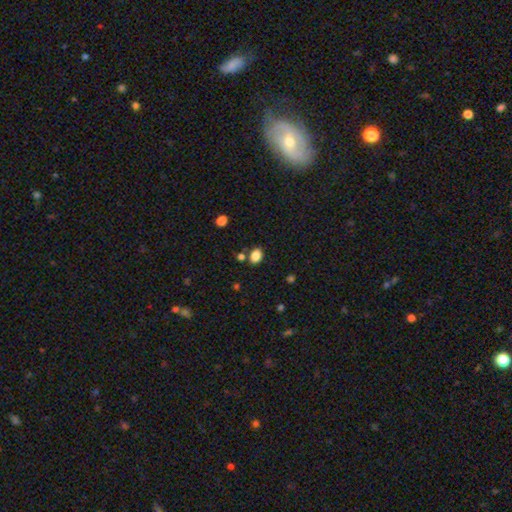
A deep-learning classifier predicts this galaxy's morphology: Smooth or featured: smooth — 84% (star or artifact — 10%)
How rounded: in between — 72% (round — 27%)
Merging: none — 77% (minor disturbance — 12%)